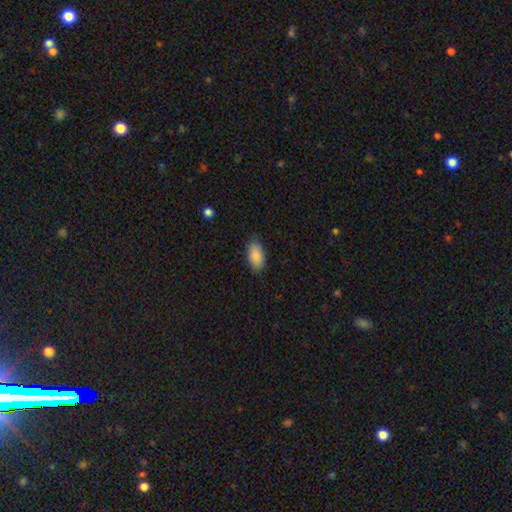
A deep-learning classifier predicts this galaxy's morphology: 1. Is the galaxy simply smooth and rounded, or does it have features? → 88% smooth, 6% star or artifact, 5% featured or disk.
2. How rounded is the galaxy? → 94% in between, 3% cigar-shaped, 3% round.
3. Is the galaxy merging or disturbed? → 84% none, 12% minor disturbance, 2% major disturbance, 1% merger.